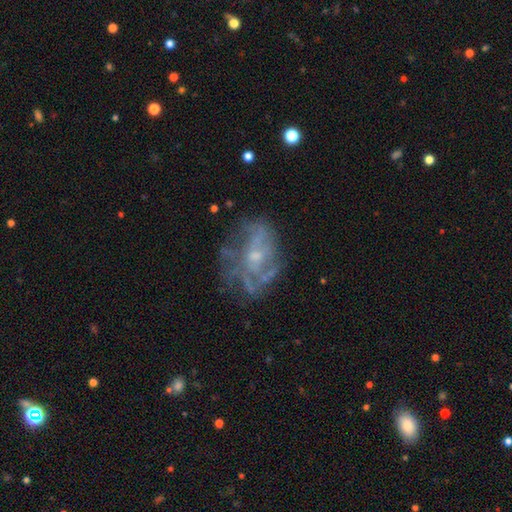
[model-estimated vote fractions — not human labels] smooth_or_featured: featured or disk (p=0.75) [alt: smooth p=0.13]
disk_edge_on: no (p=0.97) [alt: yes p=0.03]
bar: no (p=0.70) [alt: weak p=0.25]
has_spiral_arms: yes (p=0.70) [alt: no p=0.30]
spiral_winding: medium (p=0.39) [alt: tight p=0.37]
spiral_arm_count: can't tell (p=0.48) [alt: 3 p=0.15]
bulge_size: small (p=0.61) [alt: moderate p=0.29]
merging: none (p=0.58) [alt: minor disturbance p=0.20]